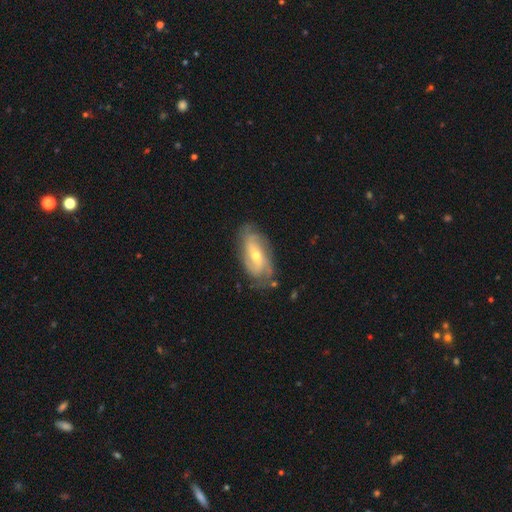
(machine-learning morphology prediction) The model was most divided on "bulge size": small: 50%, moderate: 46%, large: 2%, none: 1%, dominant: 1%. Remaining: edge-on disk — no (92%); spiral arms — yes (89%); smooth or featured — featured or disk (75%); merging — none (71%); bar — no (46%); spiral arm count — 2 (46%); spiral winding — medium (40%).